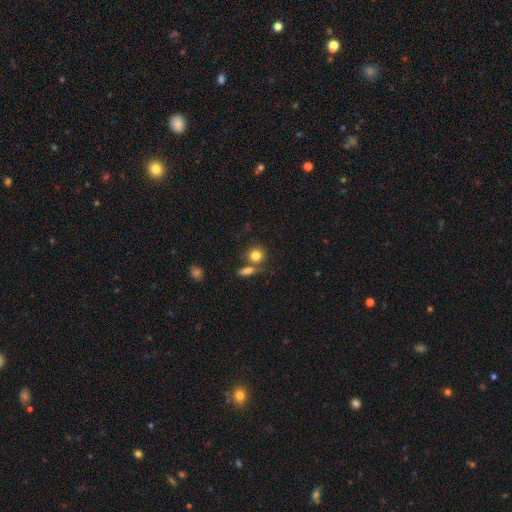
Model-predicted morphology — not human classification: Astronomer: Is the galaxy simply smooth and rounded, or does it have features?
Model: smooth — 81%.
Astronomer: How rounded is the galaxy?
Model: round — 79%.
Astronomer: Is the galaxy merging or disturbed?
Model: none — 61%.